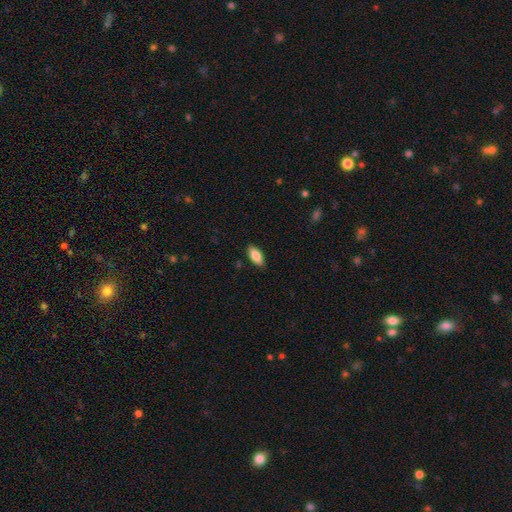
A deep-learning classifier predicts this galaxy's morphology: Q: Smooth or featured?
A: smooth (85%); runner-up: featured or disk (9%)
Q: How rounded?
A: in between (86%); runner-up: cigar-shaped (12%)
Q: Merging?
A: none (87%); runner-up: minor disturbance (10%)